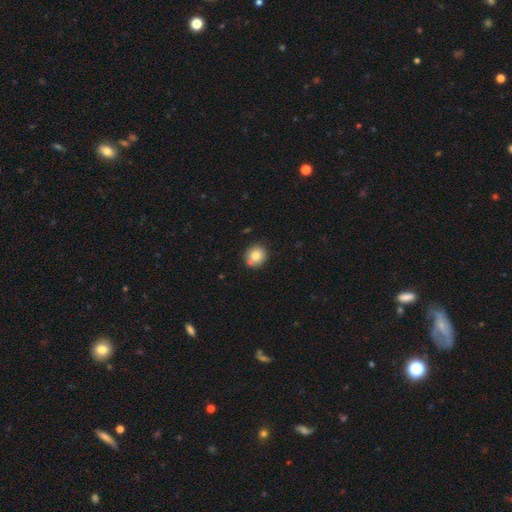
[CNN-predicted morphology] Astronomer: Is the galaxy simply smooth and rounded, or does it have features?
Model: smooth — 81%.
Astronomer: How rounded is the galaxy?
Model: round — 86%.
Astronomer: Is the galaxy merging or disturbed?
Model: none — 72%.